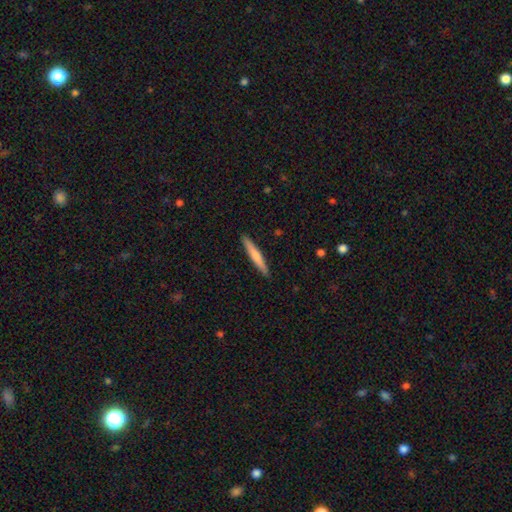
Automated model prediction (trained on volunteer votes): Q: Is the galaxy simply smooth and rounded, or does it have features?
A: smooth — 67%.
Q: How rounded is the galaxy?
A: cigar-shaped — 95%.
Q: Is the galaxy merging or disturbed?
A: none — 92%.